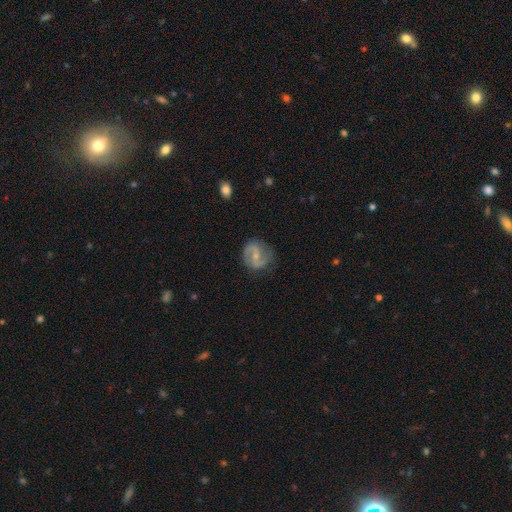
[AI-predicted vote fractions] Morphology: type=featured or disk (77%); edge-on=no (98%); bar=weak (47%); spiral arms=yes (91%); winding=medium (51%); arm count=2 (89%); bulge=small (60%); merging=none (78%).